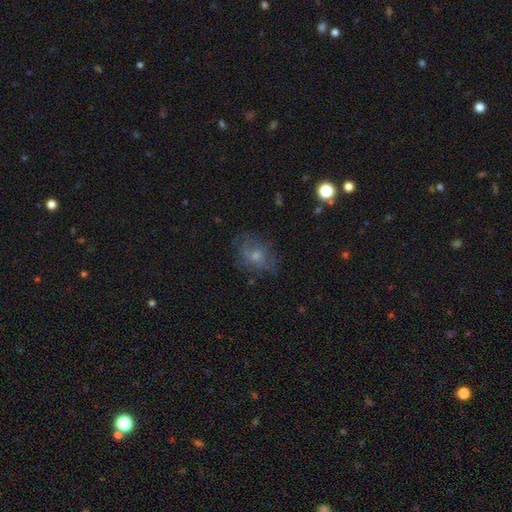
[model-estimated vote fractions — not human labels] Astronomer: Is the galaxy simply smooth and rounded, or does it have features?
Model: smooth — 47% (runner-up: featured or disk, 41%).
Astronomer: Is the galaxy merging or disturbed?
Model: none — 59%.